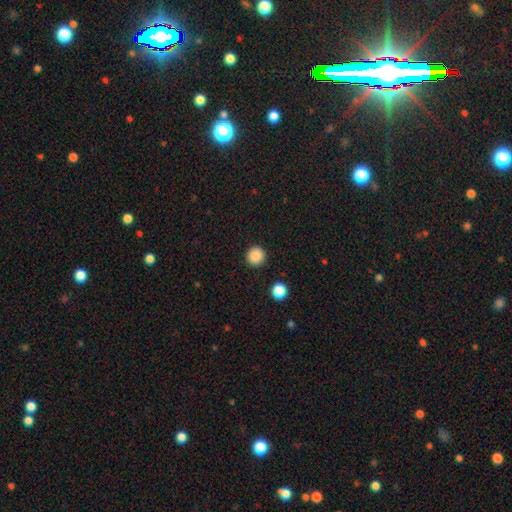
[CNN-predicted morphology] The model was most divided on "smooth or featured": smooth: 87%, star or artifact: 10%, featured or disk: 3%. More confident: how rounded — round (96%); merging — none (93%).